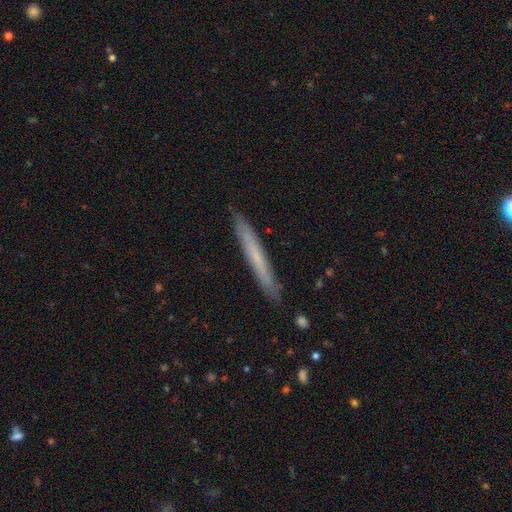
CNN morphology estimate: This is possibly a smooth galaxy (54%). How rounded: clearly cigar-shaped (97%). Merging: clearly none (90%).